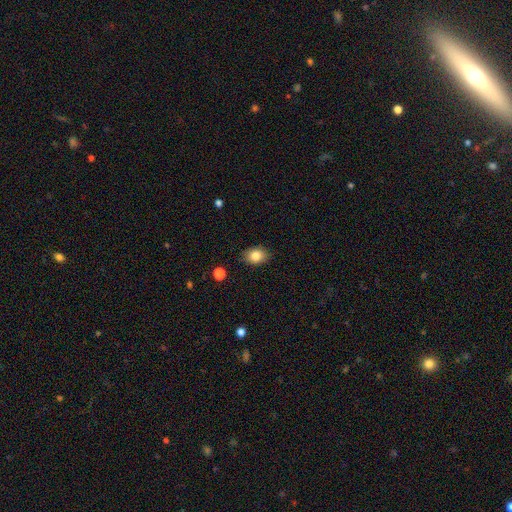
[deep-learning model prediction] The model was most divided on "how rounded": in between: 70%, round: 29%, cigar-shaped: 1%. More confident: merging — none (86%); smooth or featured — smooth (84%).